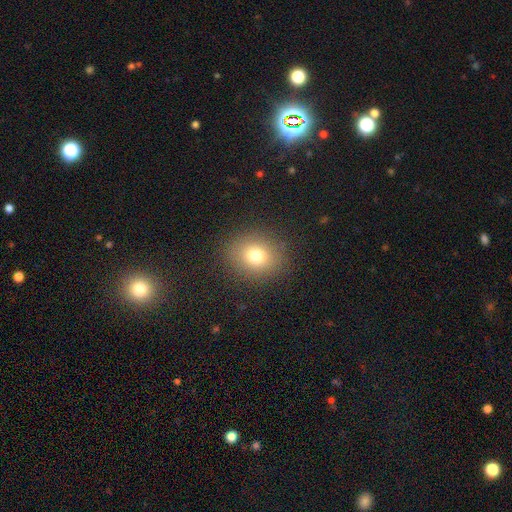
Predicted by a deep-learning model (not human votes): Morphology: type=smooth (76%); roundness=round (72%); merging=none (88%).